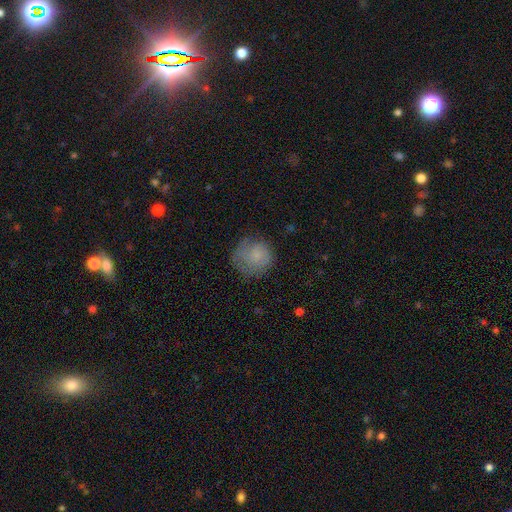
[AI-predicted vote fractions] Smooth or featured? smooth (70%)
How rounded? round (87%)
Merging? none (58%)